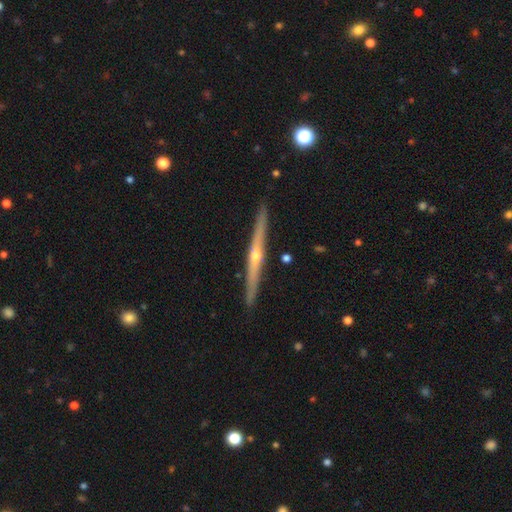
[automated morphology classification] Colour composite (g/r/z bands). It shows a featured or disk galaxy (85%) viewed edge-on (98%) with a rounded central bulge (86%). Merging: none (92%).